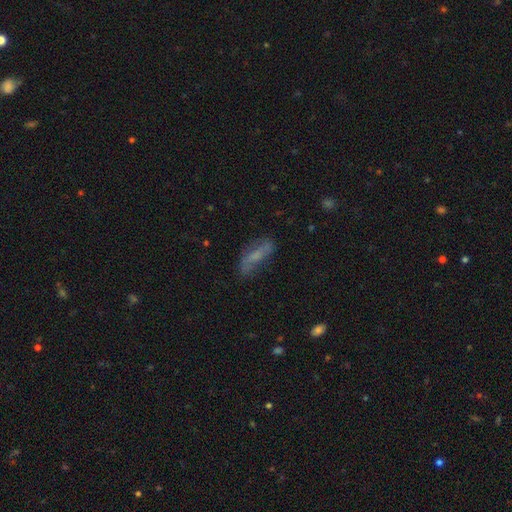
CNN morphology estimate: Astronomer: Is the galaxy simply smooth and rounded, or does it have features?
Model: smooth — 46% (runner-up: featured or disk, 44%).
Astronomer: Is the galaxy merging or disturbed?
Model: none — 62%.